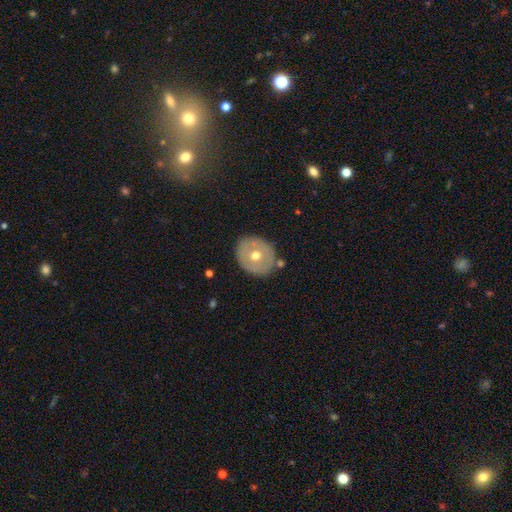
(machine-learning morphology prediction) Overall: smooth (49%; featured or disk 43%). Merging: none (81%).